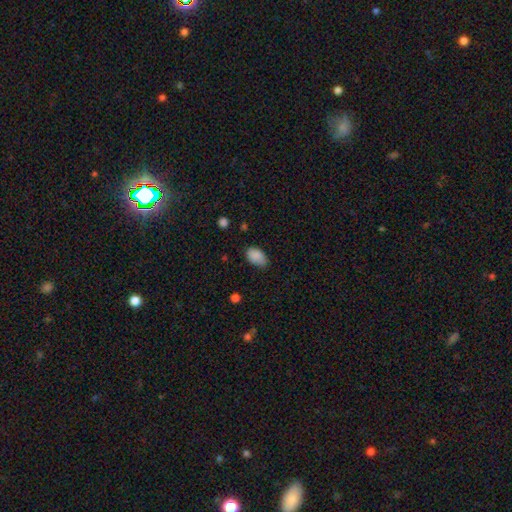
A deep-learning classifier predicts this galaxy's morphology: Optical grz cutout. It shows a smooth galaxy with no disk features (88%) that is in between round and cigar-shaped (91%). Merging: none (71%).